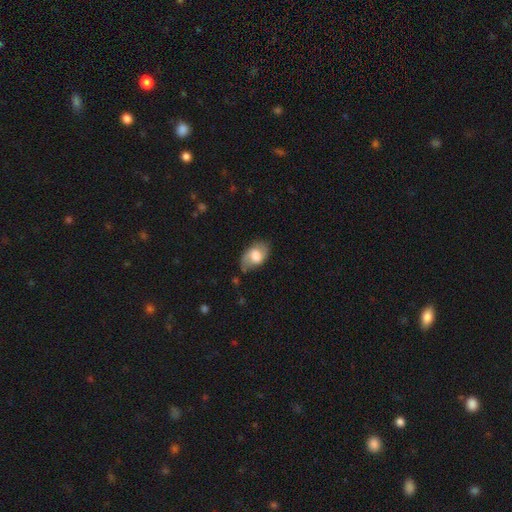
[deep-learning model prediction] Q: Smooth or featured?
A: smooth (60%); runner-up: featured or disk (32%)
Q: How rounded?
A: in between (90%); runner-up: round (8%)
Q: Merging?
A: none (66%); runner-up: minor disturbance (25%)